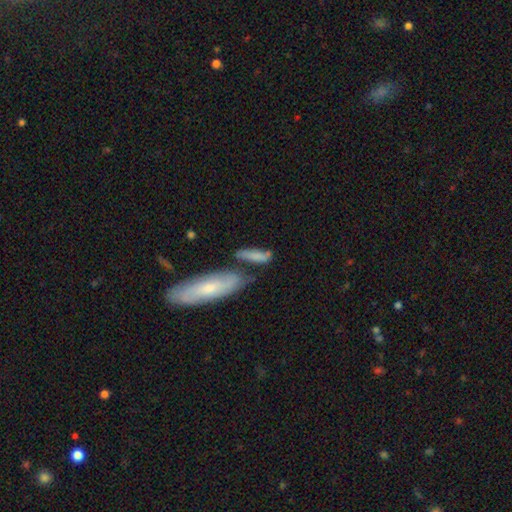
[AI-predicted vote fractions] smooth-or-featured: smooth: 73% | featured or disk: 19% | star or artifact: 8%
  how-rounded: cigar-shaped: 55% | in between: 42% | round: 3%
  merging: none: 43% | merger: 25% | minor disturbance: 22% | major disturbance: 11%